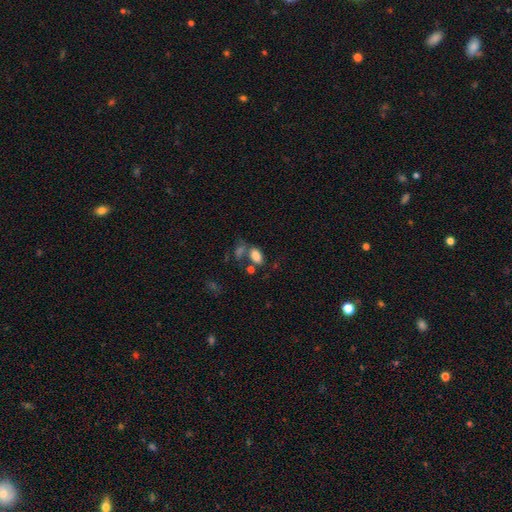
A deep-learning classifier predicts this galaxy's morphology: This appears to be a smooth galaxy with no disk features (80%) that is in between round and cigar-shaped (90%). Merging: none (44%).